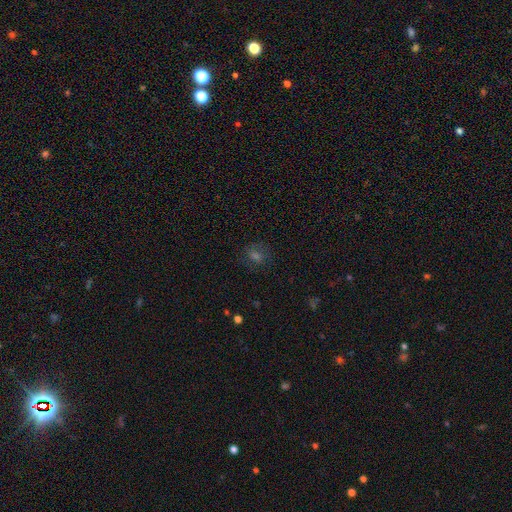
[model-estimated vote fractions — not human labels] A smooth galaxy with no disk features (50%) that is round (69%).

Vote fractions:
- Smooth or featured? smooth: 50% / star or artifact: 31% / featured or disk: 19%
- How rounded? round: 69% / in between: 30% / cigar-shaped: 1%
- Merging? none: 80% / minor disturbance: 13% / major disturbance: 6% / merger: 1%